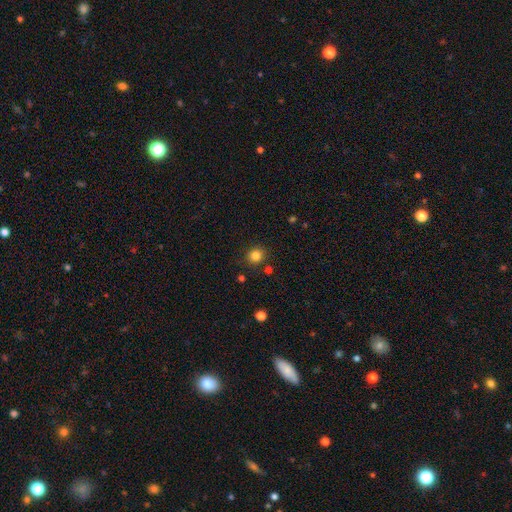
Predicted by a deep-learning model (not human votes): Smooth or featured? smooth (83%)
How rounded? round (88%)
Merging? none (87%)